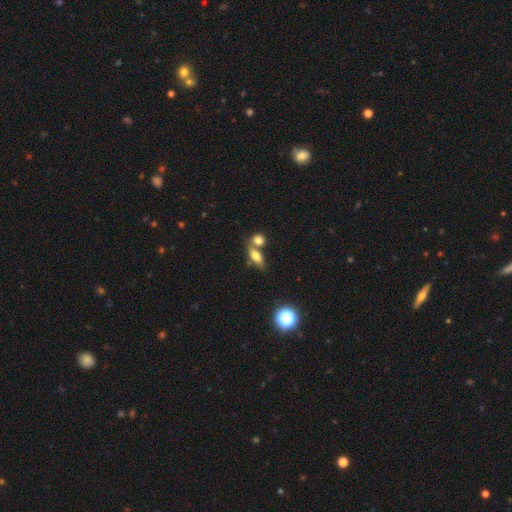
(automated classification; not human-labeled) This is likely a smooth galaxy (71%). How rounded: likely in between (71%). Merging: marginally merger (42%, tied with none).